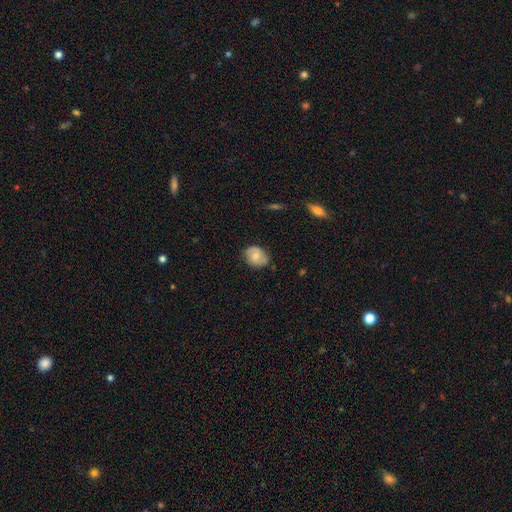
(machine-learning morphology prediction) Smooth or featured? smooth (64%)
How rounded? in between (54%)
Merging? none (73%)